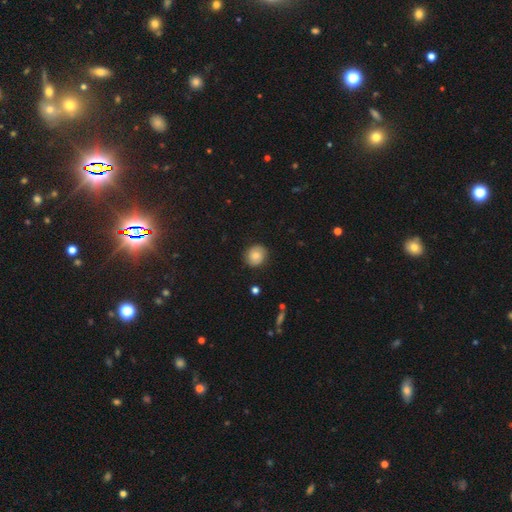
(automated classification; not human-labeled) This appears to be a smooth galaxy with no disk features (74%) that is round (81%). Merging: none (85%).